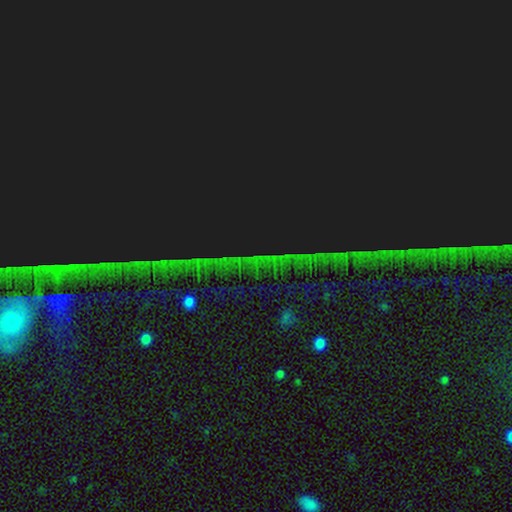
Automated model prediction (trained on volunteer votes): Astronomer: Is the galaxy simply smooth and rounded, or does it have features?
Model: star or artifact — 85%.